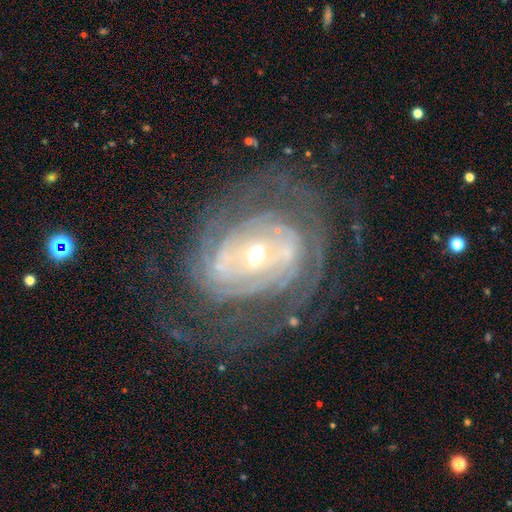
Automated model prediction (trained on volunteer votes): Q: Smooth or featured?
A: featured or disk (89%); runner-up: star or artifact (6%)
Q: Edge-on disk?
A: no (97%); runner-up: yes (3%)
Q: Bar?
A: no (44%); runner-up: weak (38%)
Q: Spiral arms?
A: yes (96%); runner-up: no (4%)
Q: Spiral winding?
A: tight (71%); runner-up: medium (23%)
Q: Spiral arm count?
A: can't tell (33%); runner-up: 2 (21%)
Q: Bulge size?
A: moderate (54%); runner-up: small (38%)
Q: Merging?
A: none (68%); runner-up: minor disturbance (17%)